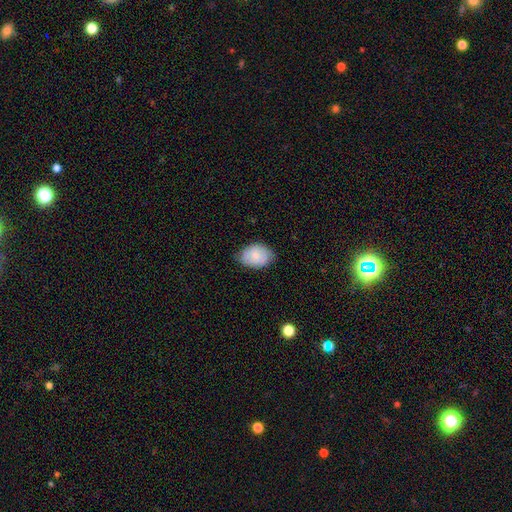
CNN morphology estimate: smooth-or-featured: smooth: 79% | featured or disk: 14% | star or artifact: 6%
  how-rounded: in between: 82% | round: 17% | cigar-shaped: 1%
  merging: none: 73% | minor disturbance: 22% | major disturbance: 4% | merger: 1%